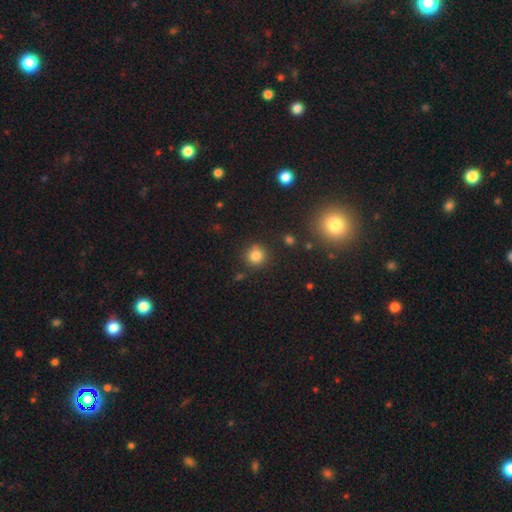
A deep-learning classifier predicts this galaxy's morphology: A smooth galaxy with no disk features (82%) that is round (91%). Merging: none (84%).